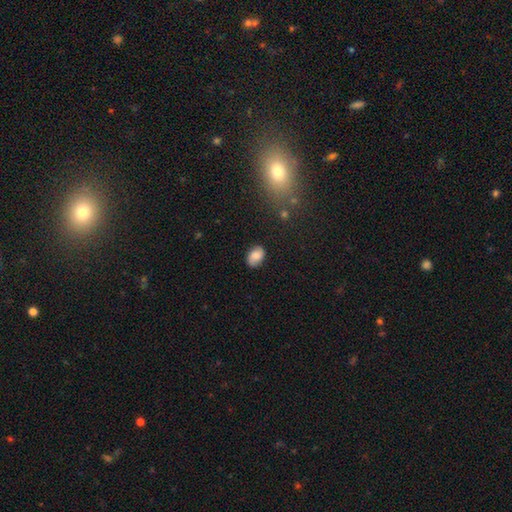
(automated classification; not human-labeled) This is likely a smooth galaxy (79%). How rounded: clearly in between (84%). Merging: clearly none (81%).